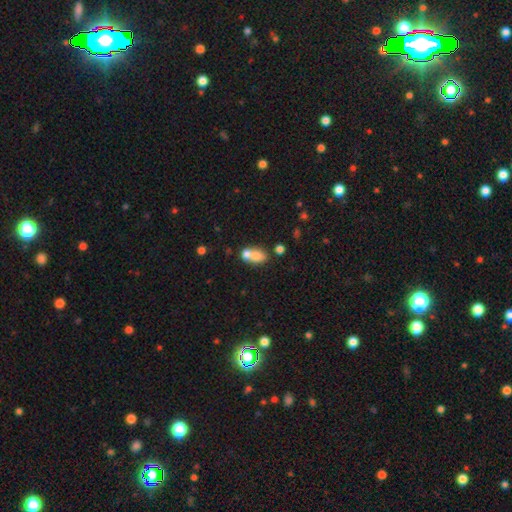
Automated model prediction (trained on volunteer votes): Overall: smooth (74%). How rounded: in between (69%). Merging: merger (58%; none 28%).